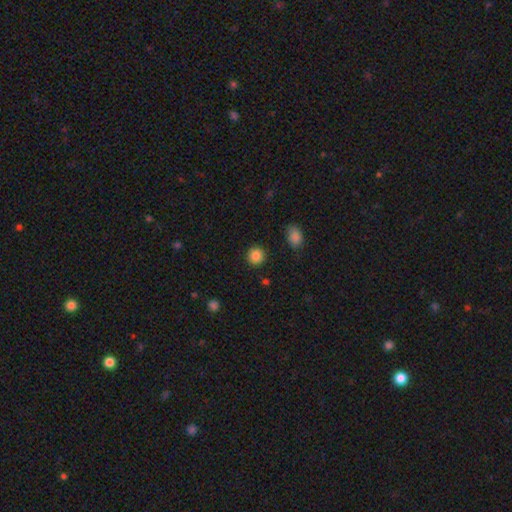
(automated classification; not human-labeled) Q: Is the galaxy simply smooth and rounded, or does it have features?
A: smooth — 86%.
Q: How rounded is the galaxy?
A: round — 92%.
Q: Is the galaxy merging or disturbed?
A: none — 90%.